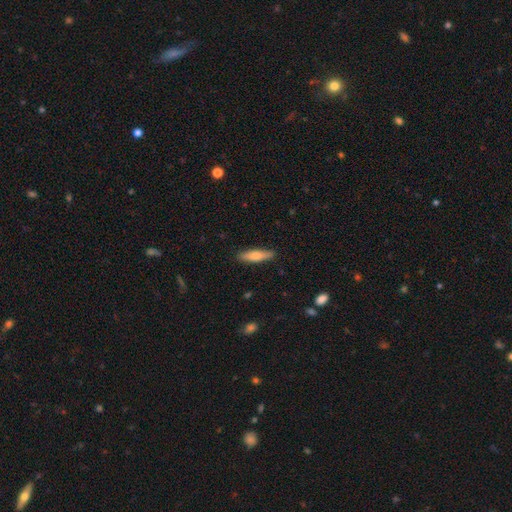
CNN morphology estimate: This is likely a smooth galaxy (72%). How rounded: likely cigar-shaped (74%). Merging: clearly none (88%).